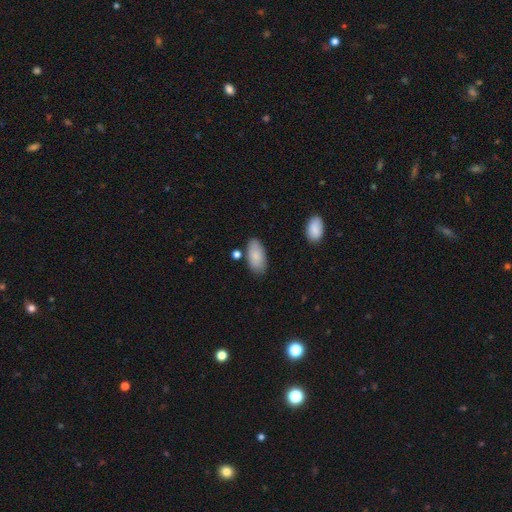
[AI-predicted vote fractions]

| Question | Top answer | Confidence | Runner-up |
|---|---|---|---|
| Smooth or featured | smooth | 86% | featured or disk (8%) |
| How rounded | in between | 93% | cigar-shaped (4%) |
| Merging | none | 79% | minor disturbance (14%) |